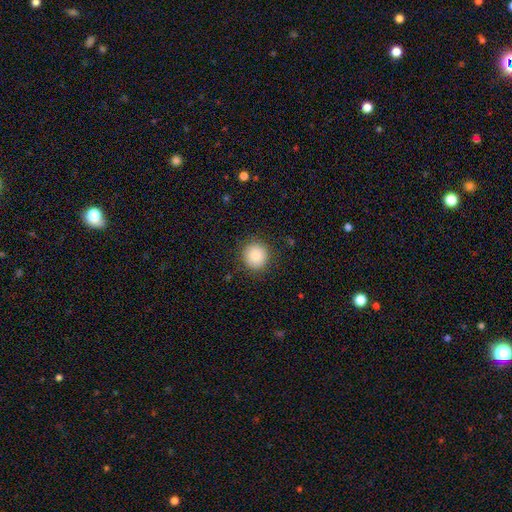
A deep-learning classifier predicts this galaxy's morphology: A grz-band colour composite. It shows a smooth galaxy with no disk features (84%) that is round (92%). Merging: none (89%).